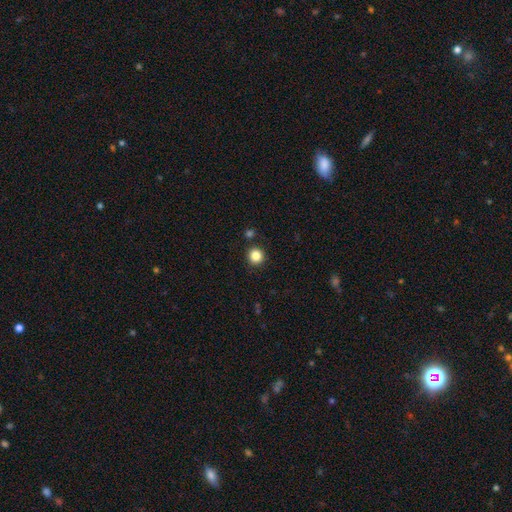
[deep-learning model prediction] Smooth or featured? smooth (84%)
How rounded? round (93%)
Merging? none (89%)